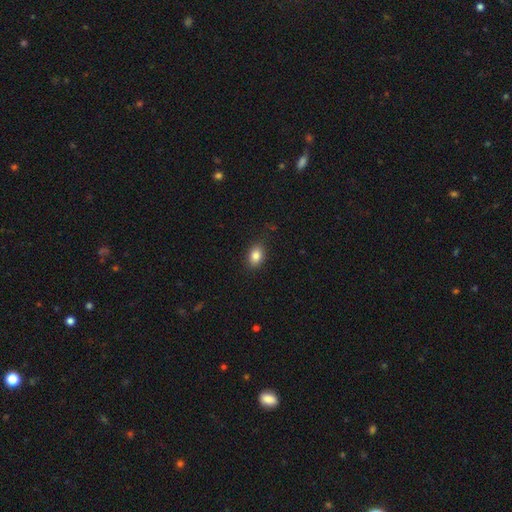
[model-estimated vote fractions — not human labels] Morphology: type=smooth (84%); roundness=in between (80%); merging=none (86%).